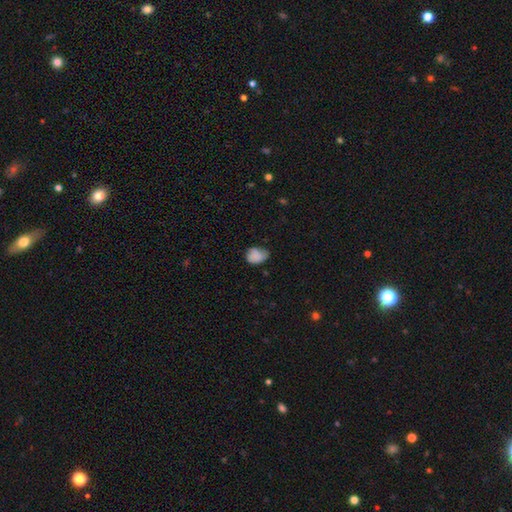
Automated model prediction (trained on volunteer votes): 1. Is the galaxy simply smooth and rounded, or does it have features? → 82% smooth, 9% star or artifact, 9% featured or disk.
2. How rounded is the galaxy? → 62% in between, 37% round, 1% cigar-shaped.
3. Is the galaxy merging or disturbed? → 46% none, 40% minor disturbance, 11% major disturbance, 2% merger.